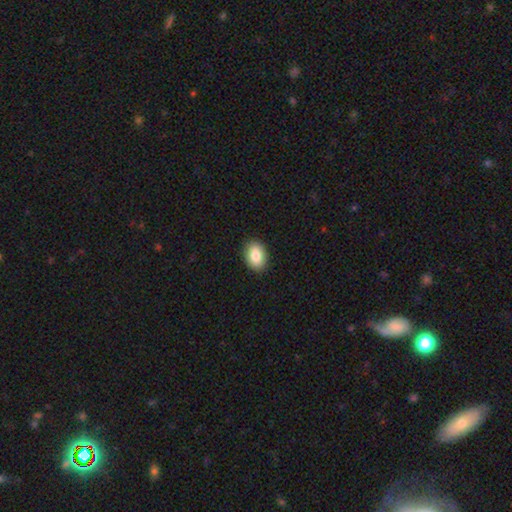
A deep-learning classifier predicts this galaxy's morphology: smooth-or-featured: smooth: 86% | featured or disk: 7% | star or artifact: 7%
  how-rounded: in between: 82% | round: 17% | cigar-shaped: 1%
  merging: none: 90% | minor disturbance: 8% | major disturbance: 2% | merger: 1%